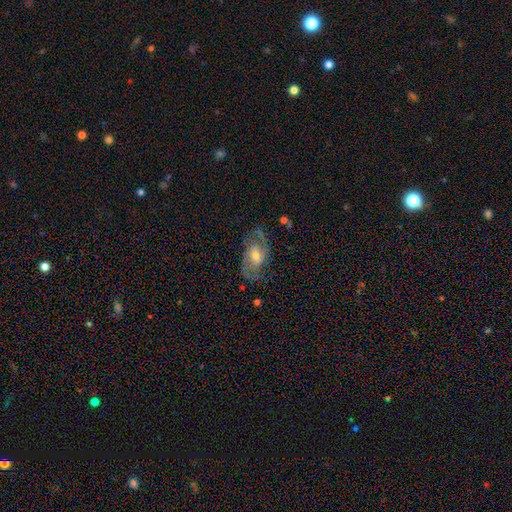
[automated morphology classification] A featured or disk galaxy (83%) with a weak bar (44%), 2 (86%) medium (54%) spiral arms (95%) and a moderate central bulge (56%).

Vote fractions:
- Smooth or featured? featured or disk: 83% / smooth: 10% / star or artifact: 7%
- Edge-on disk? no: 96% / yes: 4%
- Bar? weak: 44% / no: 43% / strong: 12%
- Spiral arms? yes: 95% / no: 5%
- Spiral winding? medium: 54% / tight: 25% / loose: 21%
- Spiral arm count? 2: 86% / can't tell: 6% / 3: 3% / 1: 2% / 4: 1% / more than 4: 1%
- Bulge size? moderate: 56% / small: 36% / large: 5% / none: 2% / dominant: 1%
- Merging? none: 76% / minor disturbance: 15% / major disturbance: 8% / merger: 1%